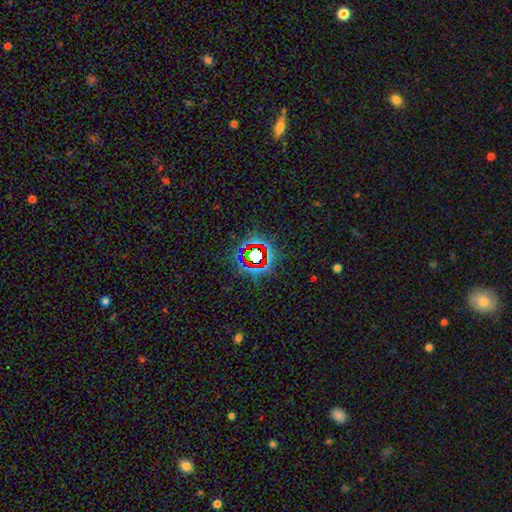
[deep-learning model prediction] Overall: star or artifact (74%).